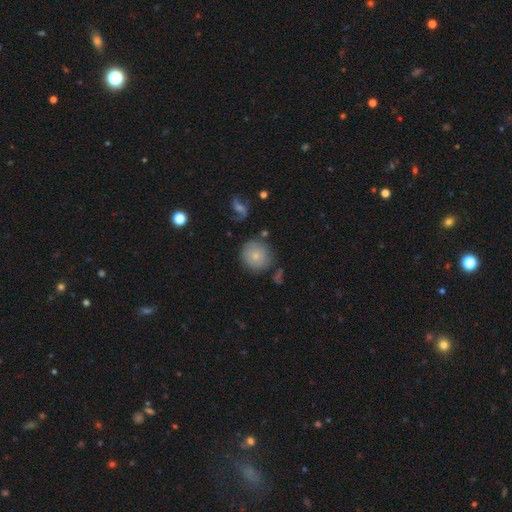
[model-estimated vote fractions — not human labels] This is likely a smooth galaxy (69%). How rounded: clearly round (93%). Merging: likely none (73%).